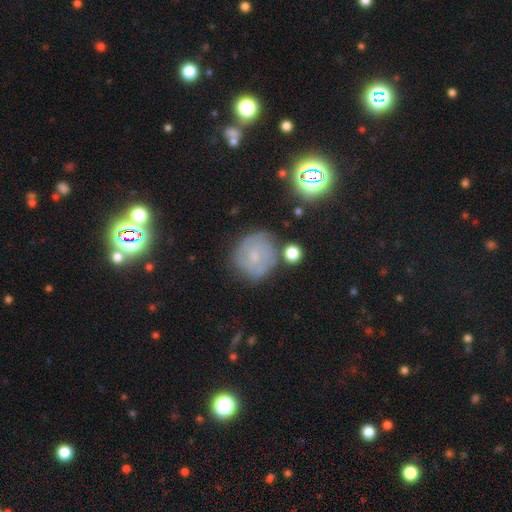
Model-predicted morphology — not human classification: Overall: featured or disk (59%; smooth 30%). Edge-on disk: no (97%). Bar: no (56%; weak 37%). Spiral arms: yes (82%). Bulge size: small (62%; moderate 24%). Merging: none (71%).